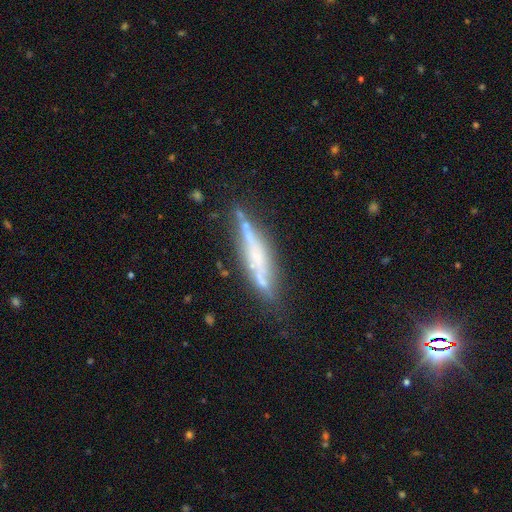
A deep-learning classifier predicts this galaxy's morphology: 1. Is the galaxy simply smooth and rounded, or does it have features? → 69% featured or disk, 23% smooth, 9% star or artifact.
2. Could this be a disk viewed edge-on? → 89% yes, 11% no.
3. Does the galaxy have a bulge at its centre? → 44% none, 31% rounded, 25% boxy.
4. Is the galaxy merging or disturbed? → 68% none, 20% minor disturbance, 7% major disturbance, 5% merger.